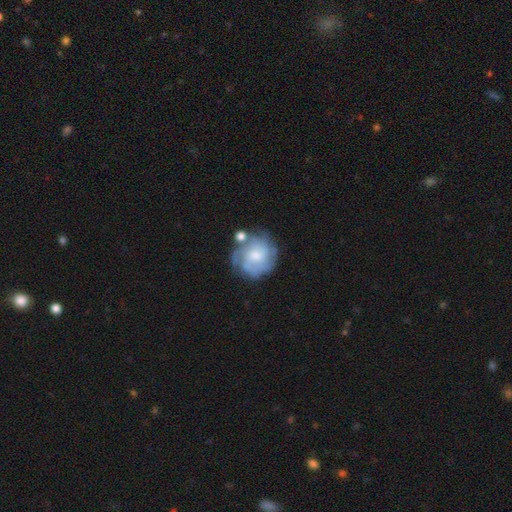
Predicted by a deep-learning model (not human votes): Smooth or featured?
  - featured or disk: 61% *
  - smooth: 32%
  - star or artifact: 7%
Edge-on disk?
  - no: 98% *
  - yes: 2%
Bar?
  - no: 69% *
  - weak: 27%
  - strong: 4%
Spiral arms?
  - yes: 77% *
  - no: 23%
Bulge size?
  - moderate: 47% *
  - small: 33%
  - large: 9%
  - none: 9%
  - dominant: 2%
Merging?
  - none: 60% *
  - minor disturbance: 20%
  - merger: 11%
  - major disturbance: 10%